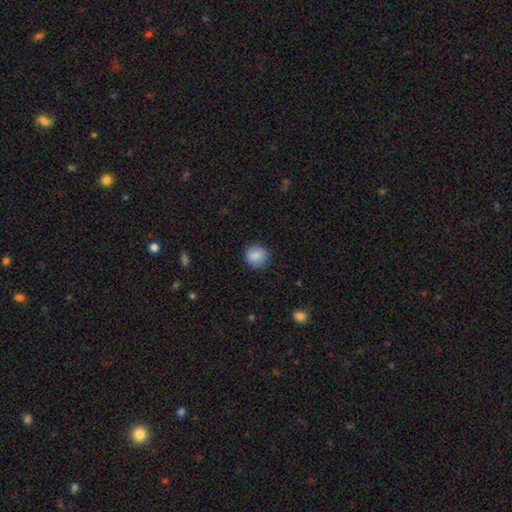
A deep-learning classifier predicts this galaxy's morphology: smooth-or-featured: smooth: 86% | star or artifact: 8% | featured or disk: 6%
  how-rounded: round: 87% | in between: 12% | cigar-shaped: 1%
  merging: none: 86% | minor disturbance: 10% | major disturbance: 3% | merger: 1%